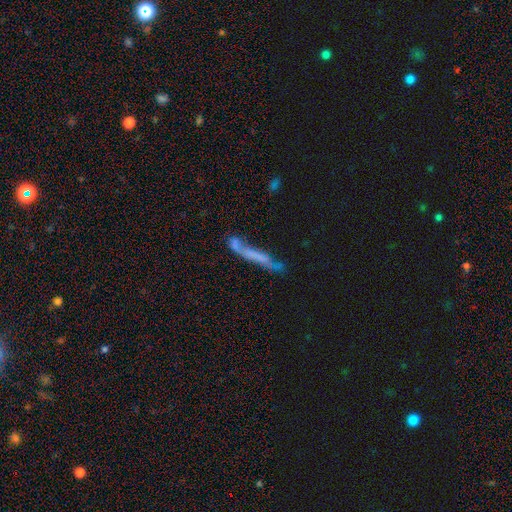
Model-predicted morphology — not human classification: The model was most divided on "smooth or featured": featured or disk: 46%, smooth: 43%, star or artifact: 11%. Remaining: merging — none (50%).